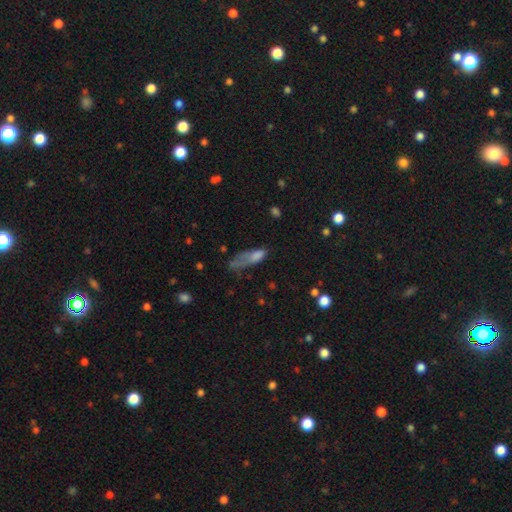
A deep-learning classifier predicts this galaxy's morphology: Smooth or featured: smooth — 65% (featured or disk — 21%)
How rounded: in between — 59% (cigar-shaped — 37%)
Merging: major disturbance — 44% (minor disturbance — 26%)